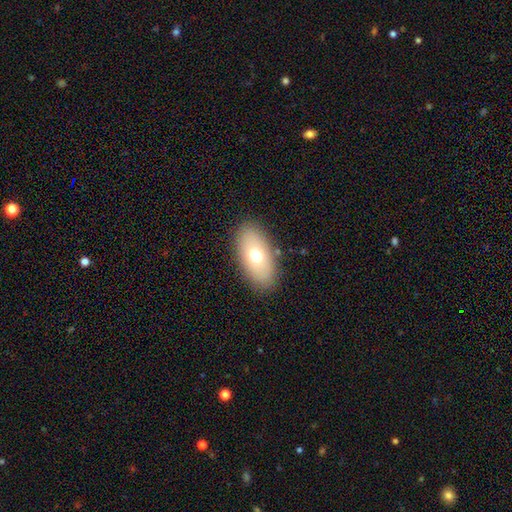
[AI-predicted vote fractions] Smooth or featured? Predicted: smooth (p=0.66). How rounded? Predicted: in between (p=0.89). Merging? Predicted: none (p=0.85).